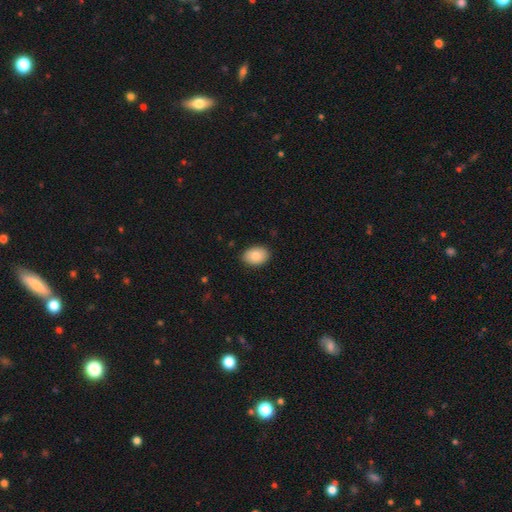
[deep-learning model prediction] Smooth or featured: smooth — 87% (star or artifact — 7%)
How rounded: in between — 82% (round — 17%)
Merging: none — 87% (minor disturbance — 10%)